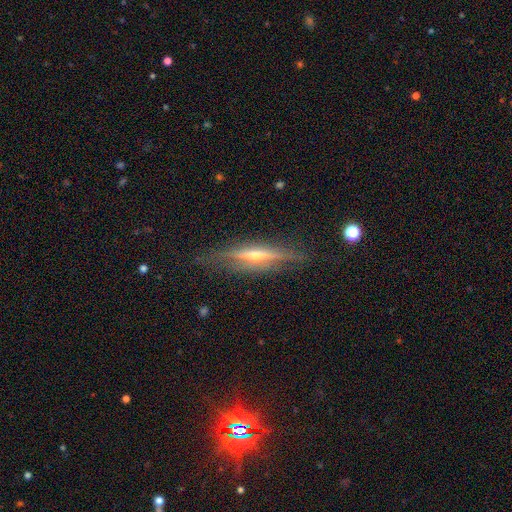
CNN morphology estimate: smooth_or_featured: featured or disk (p=0.73) [alt: smooth p=0.20]
disk_edge_on: yes (p=0.94) [alt: no p=0.06]
edge_on_bulge: rounded (p=0.82) [alt: none p=0.11]
merging: none (p=0.81) [alt: minor disturbance p=0.13]